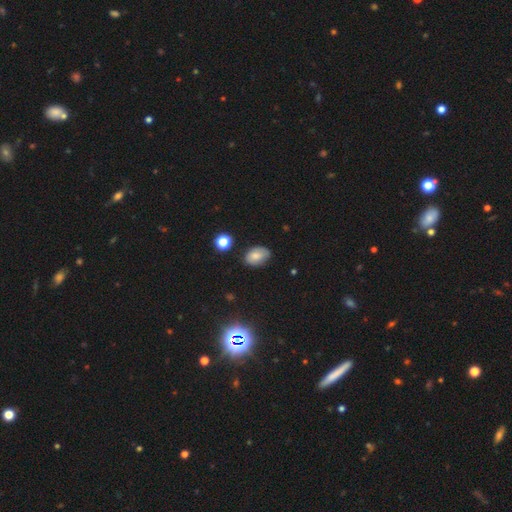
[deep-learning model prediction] smooth 75%, featured or disk 14%, star or artifact 11%. Down the decision tree: how rounded — in between (83%); merging — none (76%).